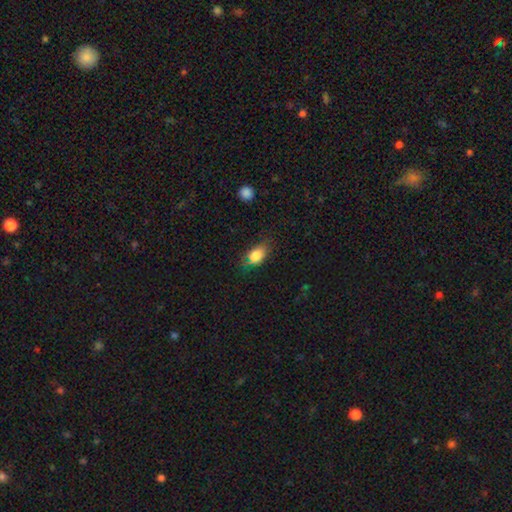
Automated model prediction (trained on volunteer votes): Morphology: type=smooth (80%); roundness=in between (82%); merging=none (69%).